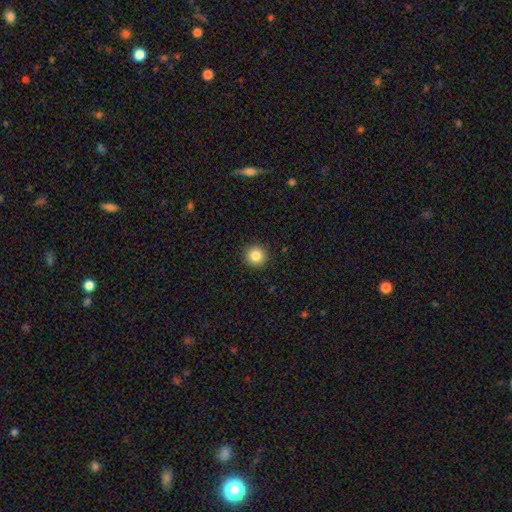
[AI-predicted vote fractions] This appears to be a smooth galaxy with no disk features (85%) that is round (94%). Merging: none (92%).